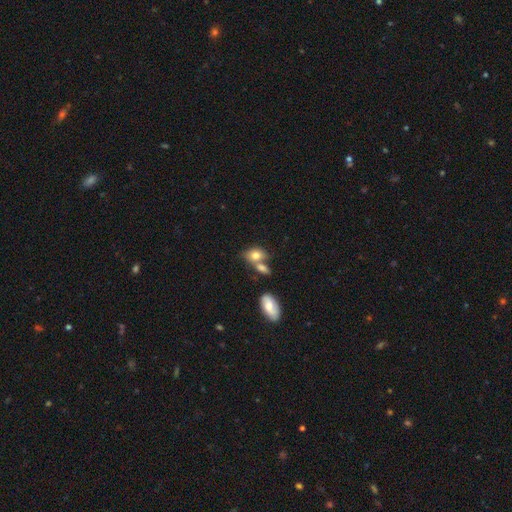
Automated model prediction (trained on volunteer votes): smooth_or_featured: smooth (p=0.79) [alt: featured or disk p=0.12]
how_rounded: in between (p=0.80) [alt: round p=0.18]
merging: none (p=0.45) [alt: merger p=0.36]